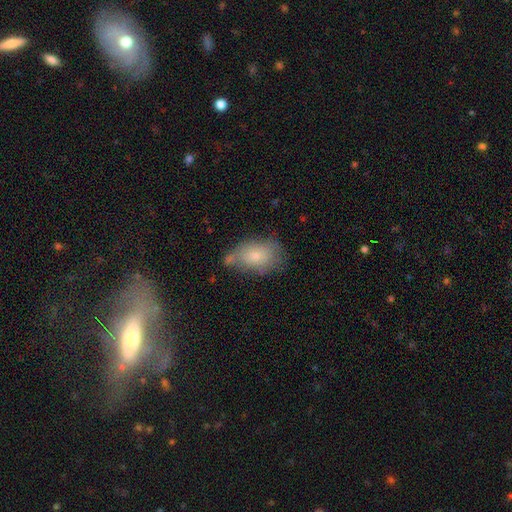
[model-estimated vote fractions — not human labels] Smooth or featured? smooth (74%)
How rounded? in between (85%)
Merging? none (50%)